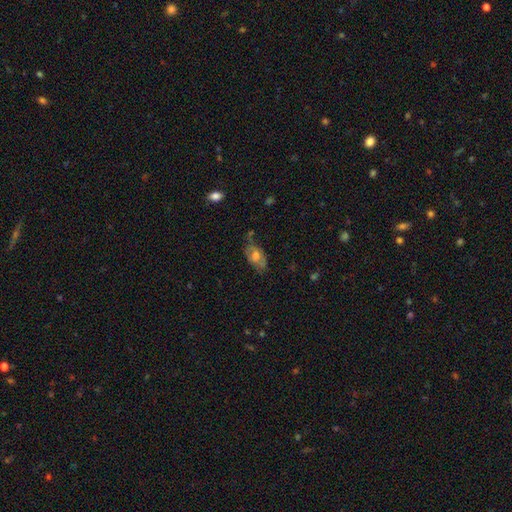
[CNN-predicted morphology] This is possibly a featured or disk galaxy (47%). Merging: possibly none (58%).